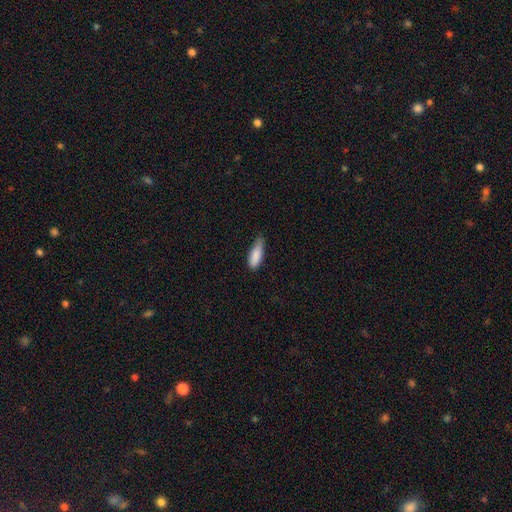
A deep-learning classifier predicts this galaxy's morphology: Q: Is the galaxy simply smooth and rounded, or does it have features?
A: smooth — 87%.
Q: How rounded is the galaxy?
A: in between — 63%.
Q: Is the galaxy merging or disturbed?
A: none — 53%.